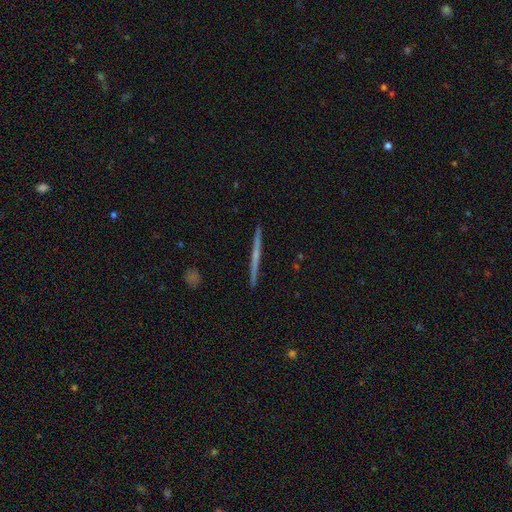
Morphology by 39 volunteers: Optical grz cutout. It shows a featured or disk galaxy (64%) viewed edge-on (100%) with no central bulge (76%). Merging: none (92%).